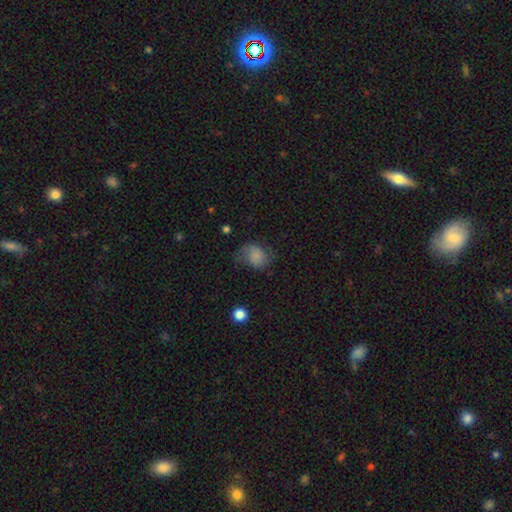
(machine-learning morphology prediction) A smooth galaxy with no disk features (62%) that is in between round and cigar-shaped (56%).

Vote fractions:
- Smooth or featured? smooth: 62% / featured or disk: 28% / star or artifact: 10%
- How rounded? in between: 56% / round: 43% / cigar-shaped: 1%
- Merging? none: 48% / minor disturbance: 30% / major disturbance: 20% / merger: 2%